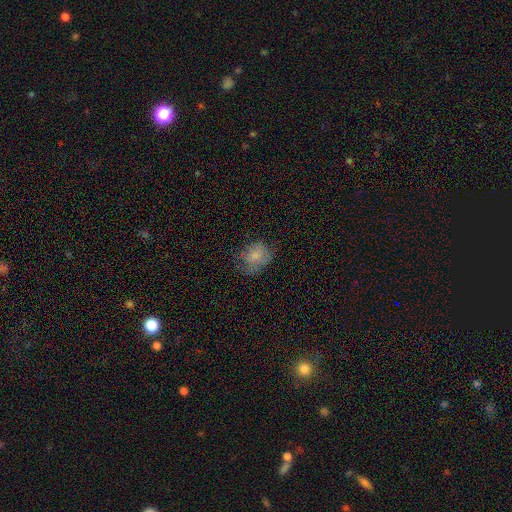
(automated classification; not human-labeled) A smooth galaxy with no disk features (72%) that is in between round and cigar-shaped (54%).

Vote fractions:
- Smooth or featured? smooth: 72% / featured or disk: 18% / star or artifact: 10%
- How rounded? in between: 54% / round: 44% / cigar-shaped: 1%
- Merging? none: 55% / minor disturbance: 28% / major disturbance: 15% / merger: 2%